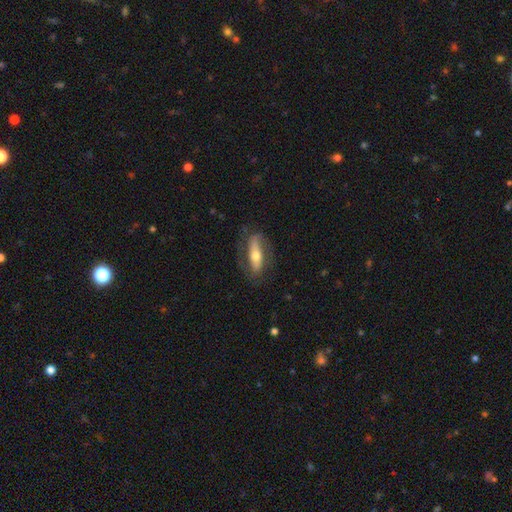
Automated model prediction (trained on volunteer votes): The model was most divided on "smooth or featured": featured or disk: 58%, smooth: 36%, star or artifact: 6%. More confident: merging — none (73%); edge-on disk — no (68%).